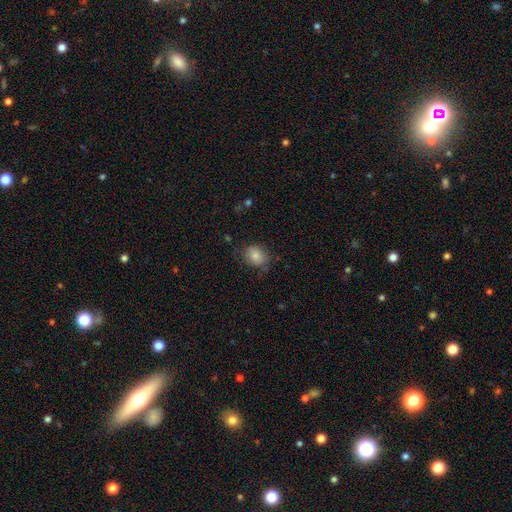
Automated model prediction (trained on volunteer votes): The model was most divided on "how rounded": in between: 51%, round: 48%, cigar-shaped: 1%. More confident: smooth or featured — smooth (83%); merging — none (72%).